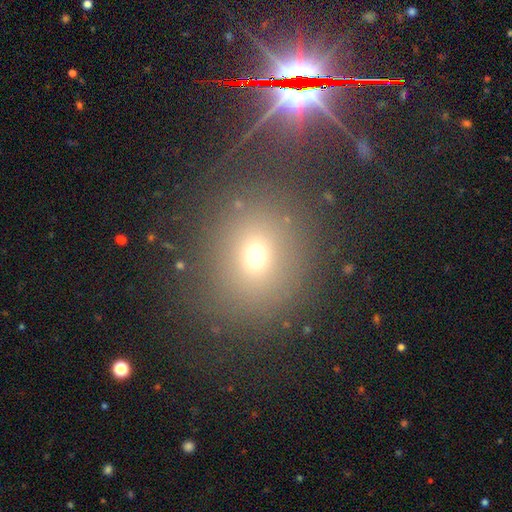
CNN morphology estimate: Smooth or featured? Predicted: smooth (p=0.56). How rounded? Predicted: round (p=0.74). Merging? Predicted: none (p=0.83).